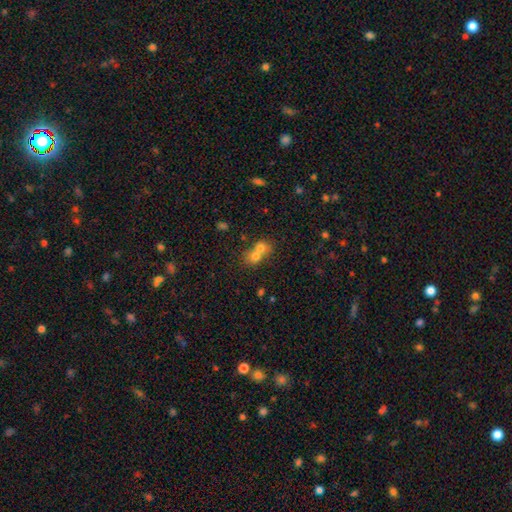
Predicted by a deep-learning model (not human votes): A smooth galaxy with no disk features (69%) that is round (70%). Merging: merger (70%).